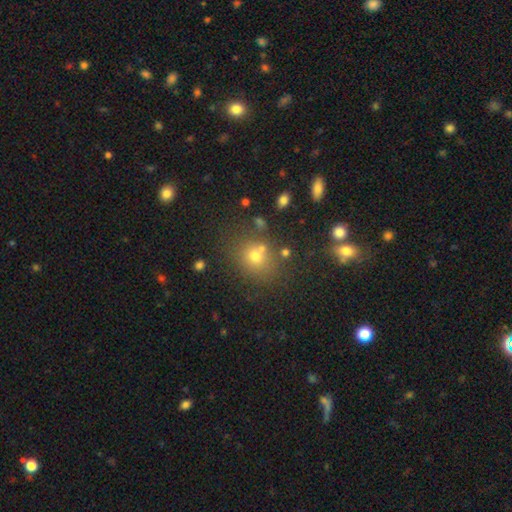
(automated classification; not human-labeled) A smooth galaxy with no disk features (67%) that is round (72%).

Vote fractions:
- Smooth or featured? smooth: 67% / star or artifact: 20% / featured or disk: 12%
- How rounded? round: 72% / in between: 27% / cigar-shaped: 1%
- Merging? none: 67% / merger: 15% / minor disturbance: 12% / major disturbance: 5%